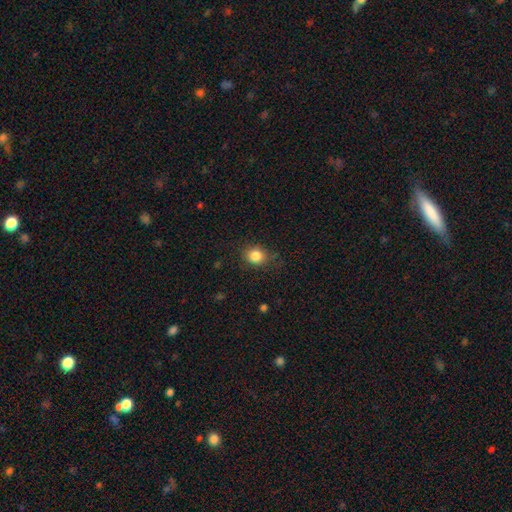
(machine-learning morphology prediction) smooth_or_featured: smooth (p=0.85) [alt: star or artifact p=0.10]
how_rounded: round (p=0.74) [alt: in between p=0.25]
merging: none (p=0.78) [alt: minor disturbance p=0.16]